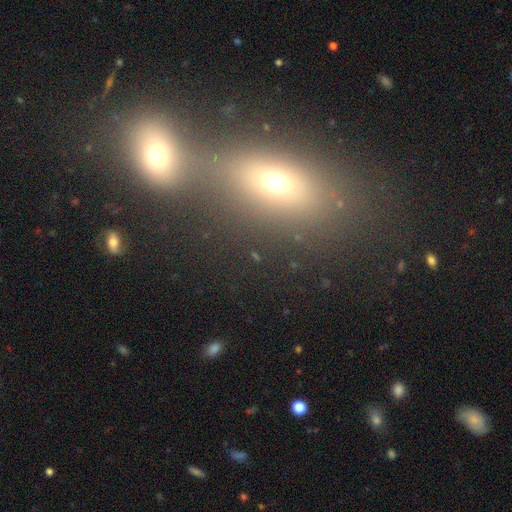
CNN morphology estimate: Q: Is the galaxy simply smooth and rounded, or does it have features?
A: smooth — 50%.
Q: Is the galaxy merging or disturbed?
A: none — 77%.